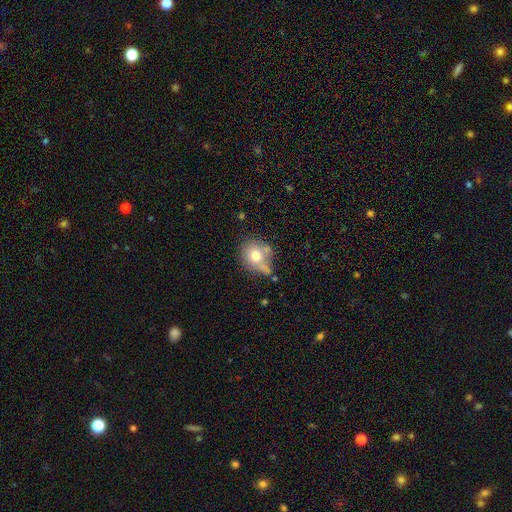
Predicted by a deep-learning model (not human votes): This appears to be a smooth galaxy with no disk features (71%) that is round (76%). Merging: none (47%).